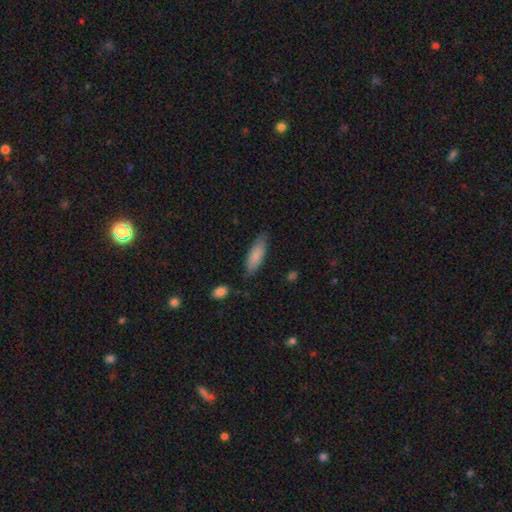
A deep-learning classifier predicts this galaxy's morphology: This appears to be a smooth galaxy with no disk features (84%) that is in between round and cigar-shaped (61%). Merging: none (77%).